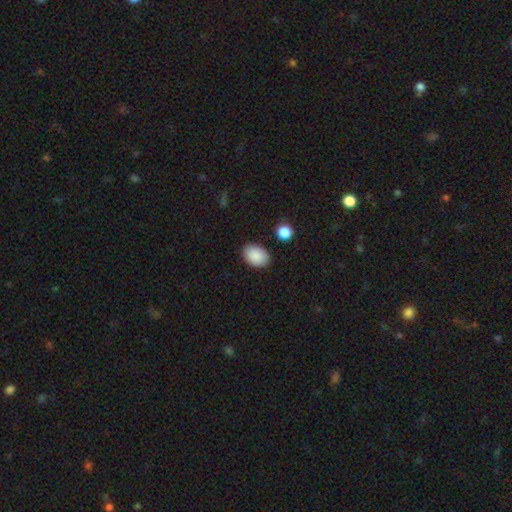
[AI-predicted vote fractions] Morphology: type=smooth (89%); roundness=in between (82%); merging=none (85%).